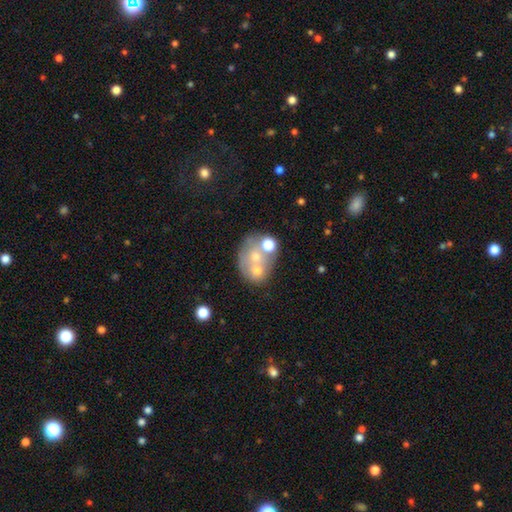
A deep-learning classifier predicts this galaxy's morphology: Smooth or featured: smooth — 51% (featured or disk — 37%)
How rounded: round — 51% (in between — 48%)
Merging: merger — 53% (none — 30%)